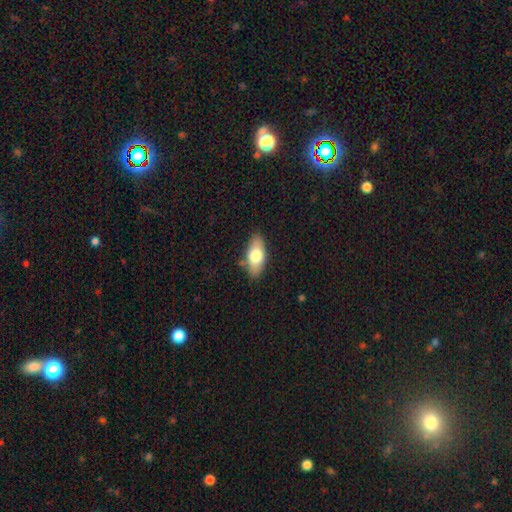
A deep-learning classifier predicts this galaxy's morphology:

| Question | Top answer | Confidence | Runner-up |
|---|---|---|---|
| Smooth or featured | smooth | 68% | featured or disk (26%) |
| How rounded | in between | 84% | cigar-shaped (12%) |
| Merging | none | 83% | minor disturbance (12%) |